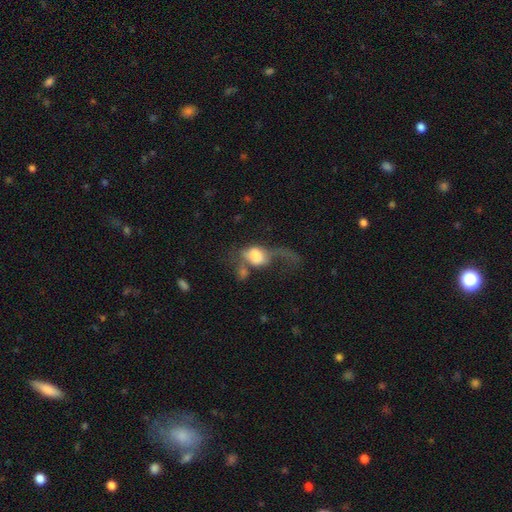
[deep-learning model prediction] This is possibly a smooth galaxy (59%). How rounded: likely in between (65%). Merging: possibly major disturbance (49%).